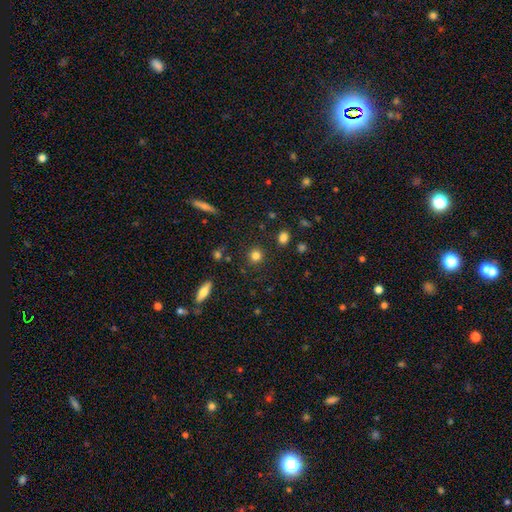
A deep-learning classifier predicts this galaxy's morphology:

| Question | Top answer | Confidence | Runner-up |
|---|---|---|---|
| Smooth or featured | smooth | 81% | star or artifact (12%) |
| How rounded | round | 90% | in between (9%) |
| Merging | none | 89% | minor disturbance (7%) |